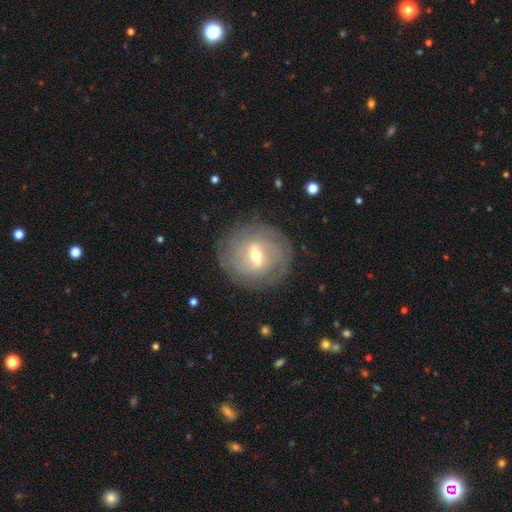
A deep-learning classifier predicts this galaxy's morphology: A featured or disk galaxy (75%) with a weak bar (54%), tight (68%) spiral arms (82%) and a moderate central bulge (60%).

Vote fractions:
- Smooth or featured? featured or disk: 75% / smooth: 18% / star or artifact: 7%
- Edge-on disk? no: 94% / yes: 6%
- Bar? weak: 54% / strong: 31% / no: 15%
- Spiral arms? yes: 82% / no: 18%
- Spiral winding? tight: 68% / medium: 22% / loose: 9%
- Spiral arm count? can't tell: 47% / 2: 25% / 3: 11% / 4: 8% / more than 4: 5% / 1: 5%
- Bulge size? moderate: 60% / small: 35% / large: 3% / none: 1% / dominant: 1%
- Merging? none: 83% / minor disturbance: 11% / major disturbance: 4% / merger: 1%